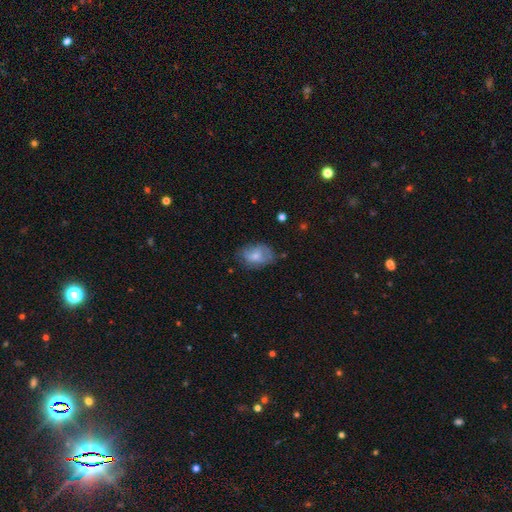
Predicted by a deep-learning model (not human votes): This appears to be a smooth galaxy with no disk features (67%) that is in between round and cigar-shaped (86%). Merging: none (60%).